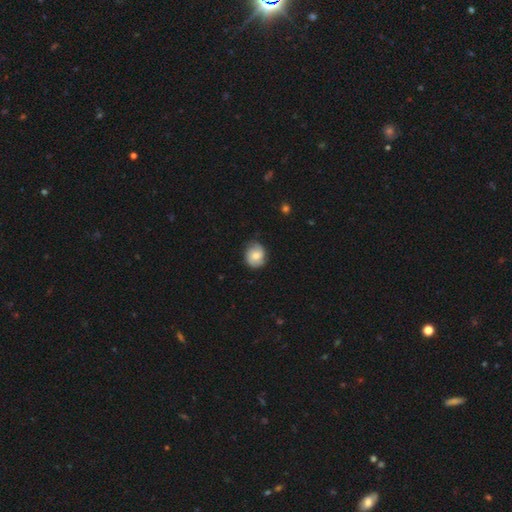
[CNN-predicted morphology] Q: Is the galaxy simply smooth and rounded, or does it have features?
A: smooth — 59%.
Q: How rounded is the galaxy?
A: round — 71%.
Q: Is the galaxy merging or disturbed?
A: none — 73%.